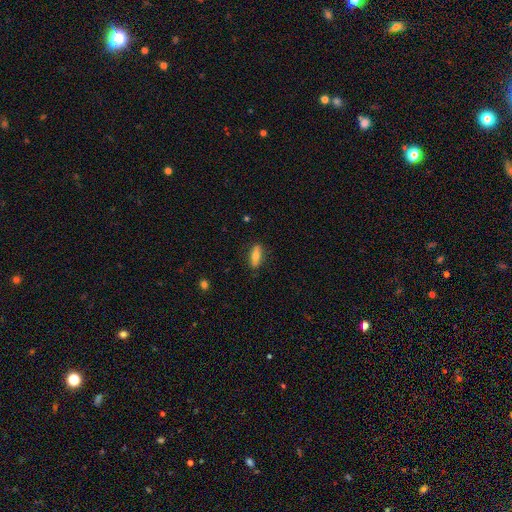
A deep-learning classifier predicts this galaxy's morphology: A smooth galaxy with no disk features (71%) that is in between round and cigar-shaped (63%).

Vote fractions:
- Smooth or featured? smooth: 71% / featured or disk: 22% / star or artifact: 7%
- How rounded? in between: 63% / cigar-shaped: 34% / round: 3%
- Merging? none: 84% / minor disturbance: 12% / major disturbance: 2% / merger: 1%